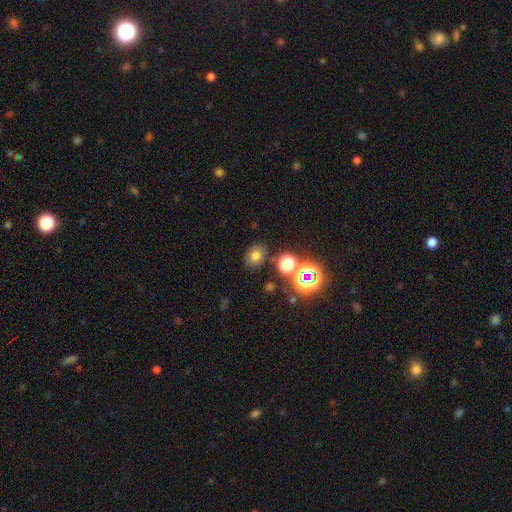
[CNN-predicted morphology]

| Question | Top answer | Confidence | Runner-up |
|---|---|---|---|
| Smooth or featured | smooth | 68% | star or artifact (21%) |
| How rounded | in between | 62% | round (37%) |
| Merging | none | 80% | minor disturbance (11%) |